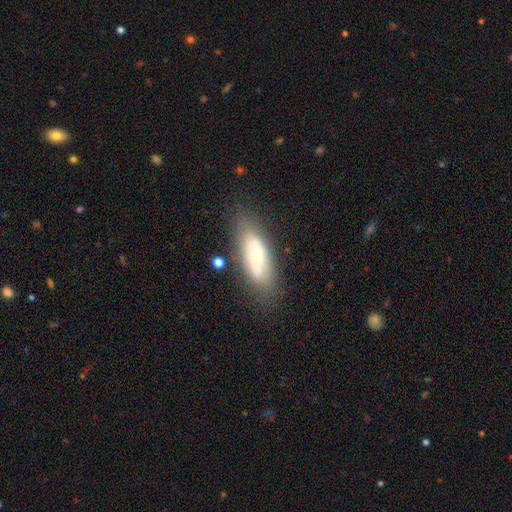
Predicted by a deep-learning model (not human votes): smooth_or_featured: featured or disk (p=0.49) [alt: smooth p=0.43]
merging: none (p=0.75) [alt: minor disturbance p=0.16]